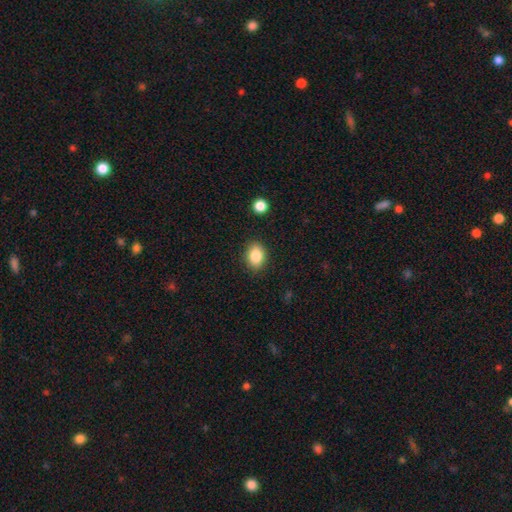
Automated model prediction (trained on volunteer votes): Overall: smooth (86%). How rounded: in between (69%; round 30%). Merging: none (87%).